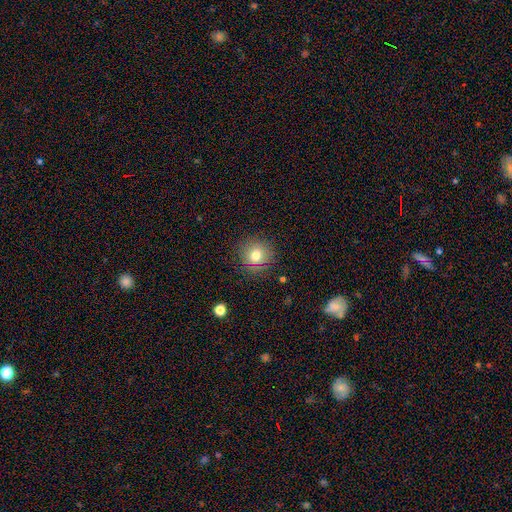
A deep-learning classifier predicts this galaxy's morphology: Q: Smooth or featured?
A: smooth (75%); runner-up: star or artifact (14%)
Q: How rounded?
A: round (92%); runner-up: in between (7%)
Q: Merging?
A: none (87%); runner-up: minor disturbance (8%)